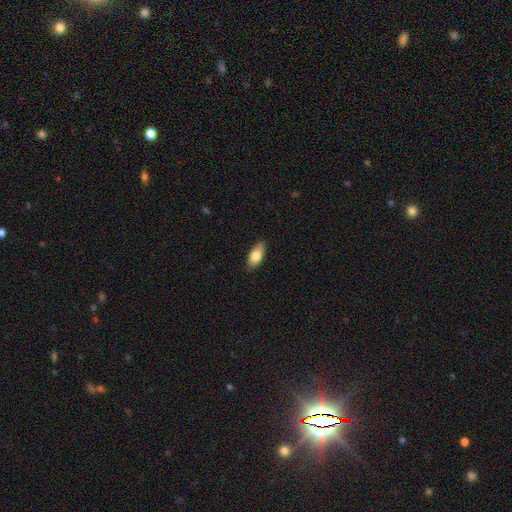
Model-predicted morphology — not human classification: A smooth galaxy with no disk features (82%) that is in between round and cigar-shaped (87%). Merging: none (82%).